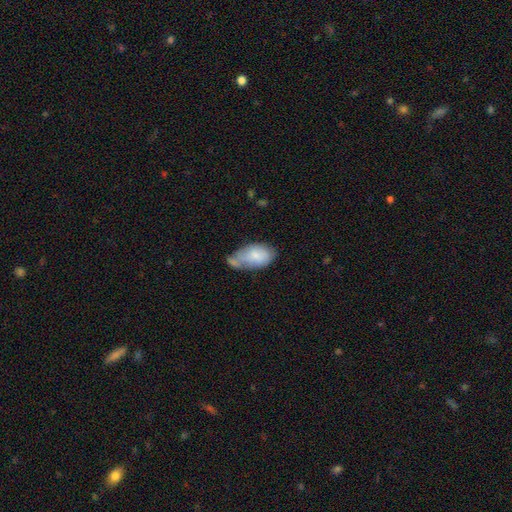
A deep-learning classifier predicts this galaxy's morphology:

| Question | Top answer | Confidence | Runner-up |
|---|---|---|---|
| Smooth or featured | smooth | 72% | featured or disk (22%) |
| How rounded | in between | 94% | round (4%) |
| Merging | minor disturbance | 35% | none (28%) |